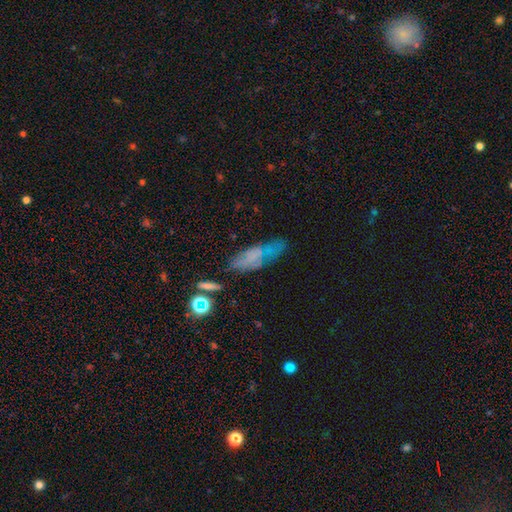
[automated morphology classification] A smooth galaxy with no disk features (44%). Merging: none (58%).